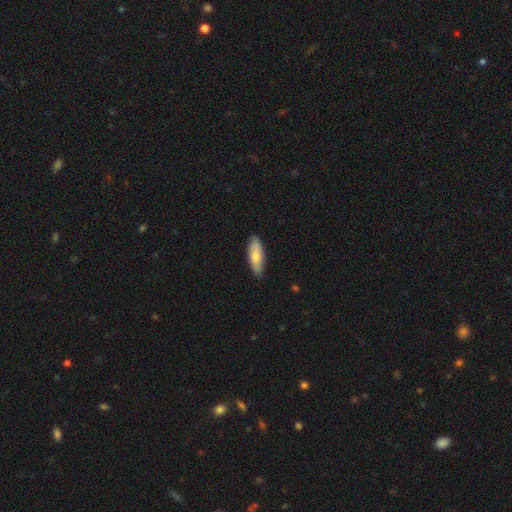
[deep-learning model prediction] A smooth galaxy with no disk features (75%) that is in between round and cigar-shaped (56%).

Vote fractions:
- Smooth or featured? smooth: 75% / featured or disk: 19% / star or artifact: 5%
- How rounded? in between: 56% / cigar-shaped: 42% / round: 2%
- Merging? none: 85% / minor disturbance: 12% / major disturbance: 2% / merger: 1%